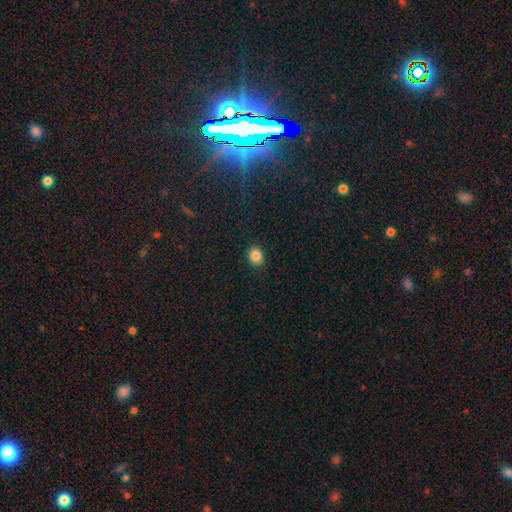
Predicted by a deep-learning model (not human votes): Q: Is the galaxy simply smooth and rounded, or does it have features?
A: smooth — 86%.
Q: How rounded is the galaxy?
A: round — 56%.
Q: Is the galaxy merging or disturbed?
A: none — 90%.